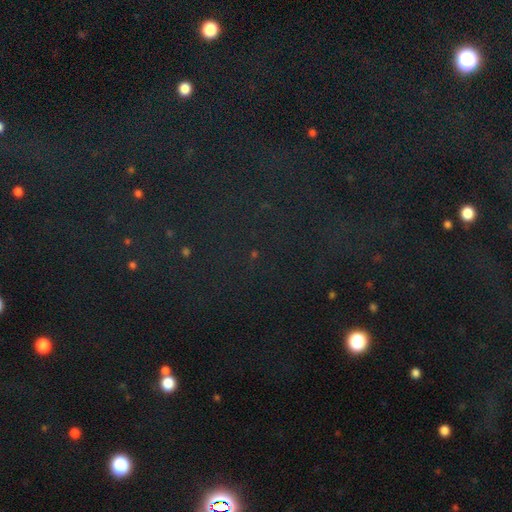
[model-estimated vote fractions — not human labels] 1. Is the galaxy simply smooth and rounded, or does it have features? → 79% star or artifact, 14% smooth, 8% featured or disk.